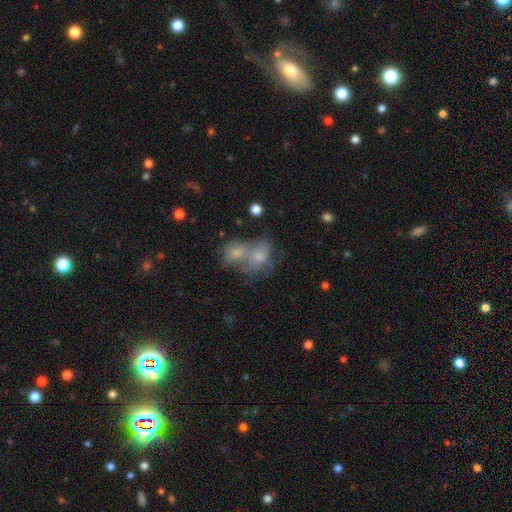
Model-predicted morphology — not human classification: Smooth or featured?
  - smooth: 54% *
  - featured or disk: 29%
  - star or artifact: 17%
How rounded?
  - round: 50% *
  - in between: 48%
  - cigar-shaped: 2%
Merging?
  - merger: 59% *
  - none: 26%
  - minor disturbance: 9%
  - major disturbance: 6%